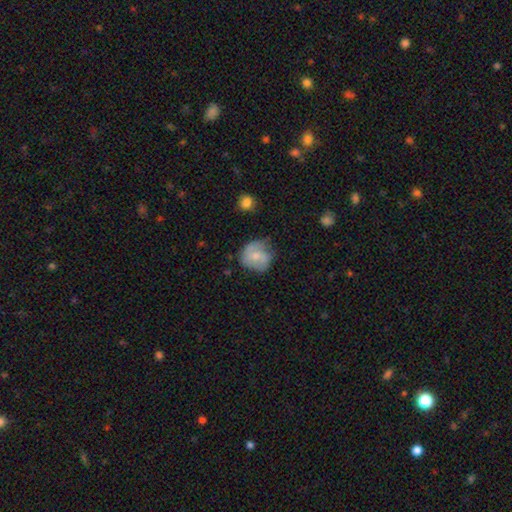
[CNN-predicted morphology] Smooth or featured?
  - smooth: 52% *
  - featured or disk: 41%
  - star or artifact: 7%
How rounded?
  - round: 76% *
  - in between: 22%
  - cigar-shaped: 1%
Merging?
  - none: 53% *
  - minor disturbance: 31%
  - major disturbance: 14%
  - merger: 2%